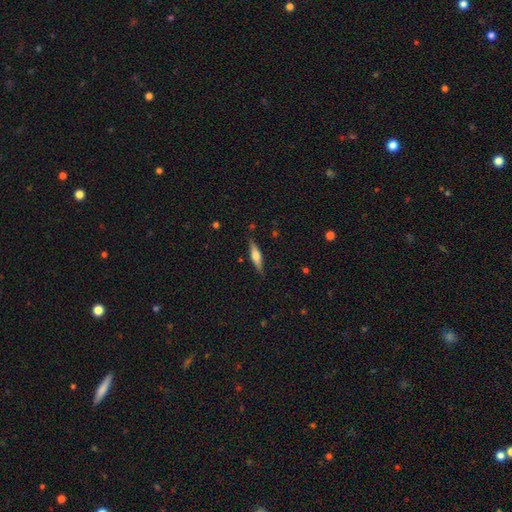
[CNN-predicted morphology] smooth_or_featured: featured or disk (p=0.48) [alt: smooth p=0.46]
merging: none (p=0.84) [alt: minor disturbance p=0.12]